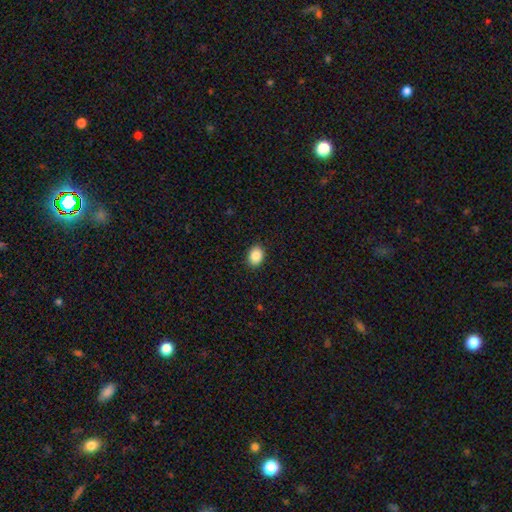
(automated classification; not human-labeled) smooth_or_featured: smooth (p=0.88) [alt: star or artifact p=0.08]
how_rounded: in between (p=0.64) [alt: round p=0.35]
merging: none (p=0.90) [alt: minor disturbance p=0.07]